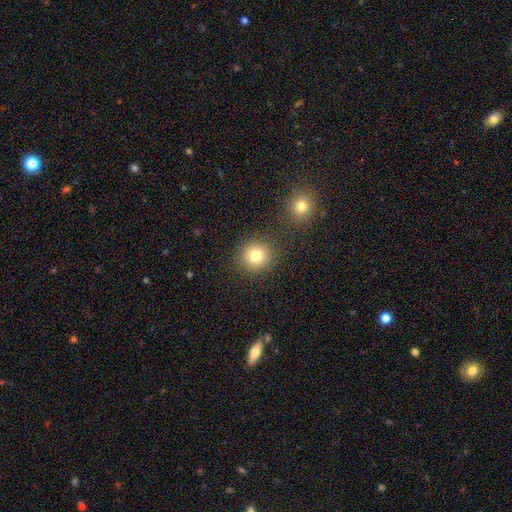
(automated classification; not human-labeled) A smooth galaxy with no disk features (79%) that is round (91%). Merging: none (85%).